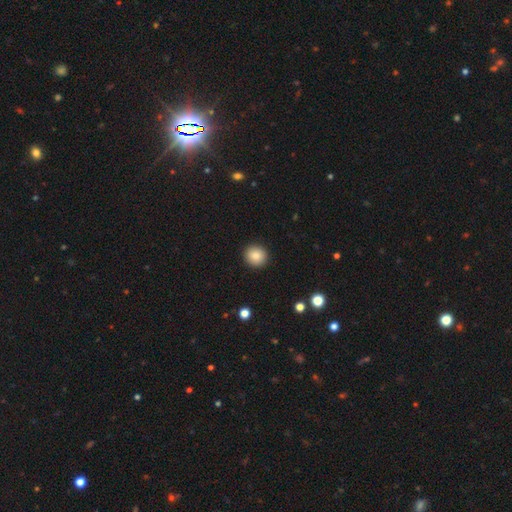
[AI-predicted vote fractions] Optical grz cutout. It shows a smooth galaxy with no disk features (86%) that is round (91%). Merging: none (92%).